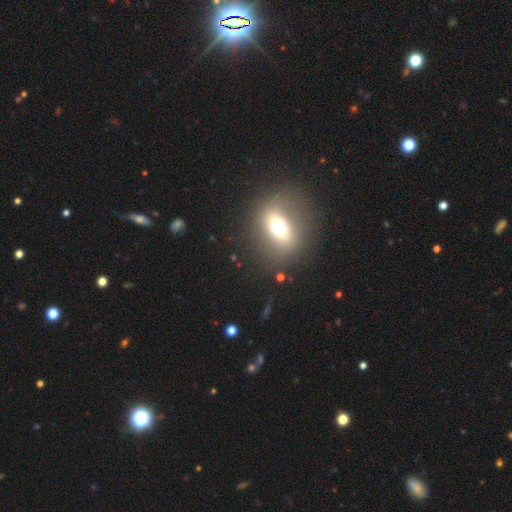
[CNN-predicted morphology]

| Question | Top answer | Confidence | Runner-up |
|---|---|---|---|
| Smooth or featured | smooth | 41% | featured or disk (33%) |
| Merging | none | 86% | minor disturbance (8%) |